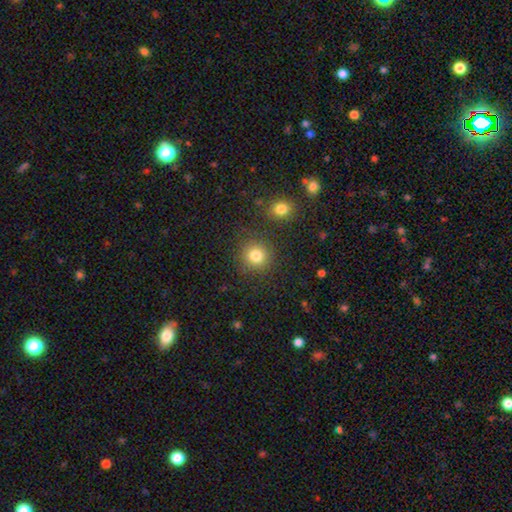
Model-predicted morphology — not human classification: A smooth galaxy with no disk features (82%) that is round (91%).

Vote fractions:
- Smooth or featured? smooth: 82% / star or artifact: 13% / featured or disk: 6%
- How rounded? round: 91% / in between: 8% / cigar-shaped: 1%
- Merging? none: 85% / minor disturbance: 8% / merger: 4% / major disturbance: 3%